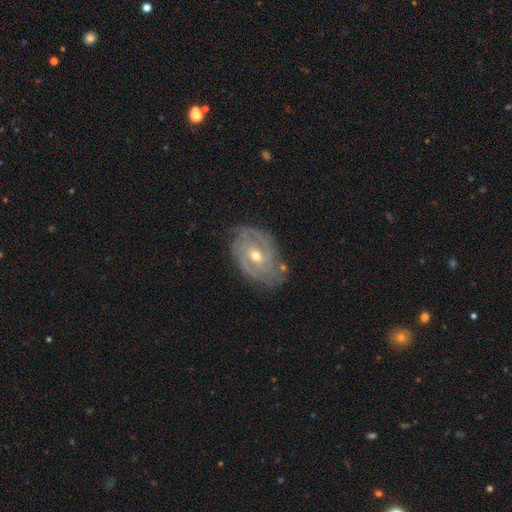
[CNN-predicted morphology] Smooth or featured? Predicted: featured or disk (p=0.84). Edge-on disk? Predicted: no (p=0.95). Bar? Predicted: no (p=0.49). Spiral arms? Predicted: yes (p=0.93). Spiral winding? Predicted: tight (p=0.68). Spiral arm count? Predicted: 2 (p=0.34). Bulge size? Predicted: moderate (p=0.55). Merging? Predicted: none (p=0.73).